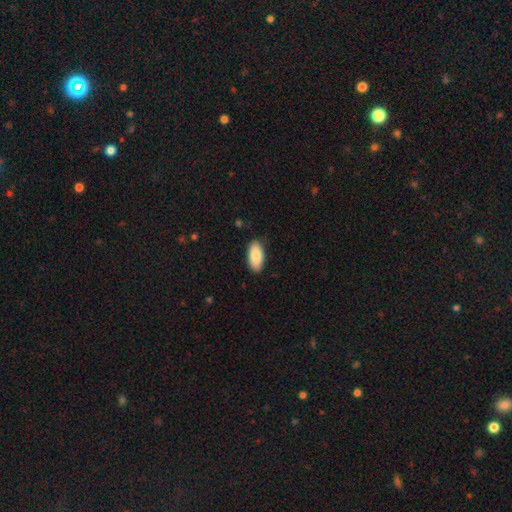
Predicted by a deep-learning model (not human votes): This appears to be a smooth galaxy with no disk features (88%) that is in between round and cigar-shaped (92%). Merging: none (86%).